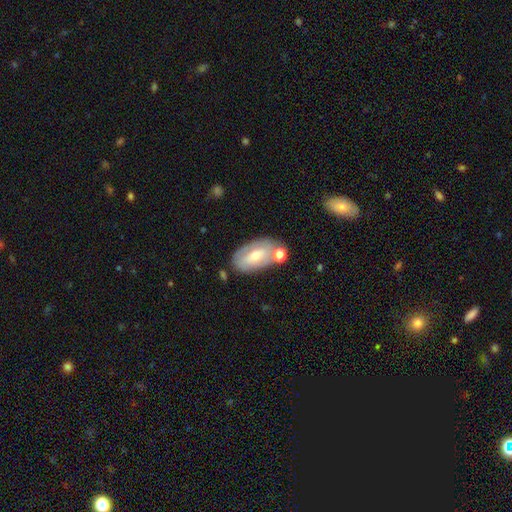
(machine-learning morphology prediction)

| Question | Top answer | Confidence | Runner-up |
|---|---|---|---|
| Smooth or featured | featured or disk | 47% | smooth (46%) |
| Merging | none | 60% | minor disturbance (19%) |